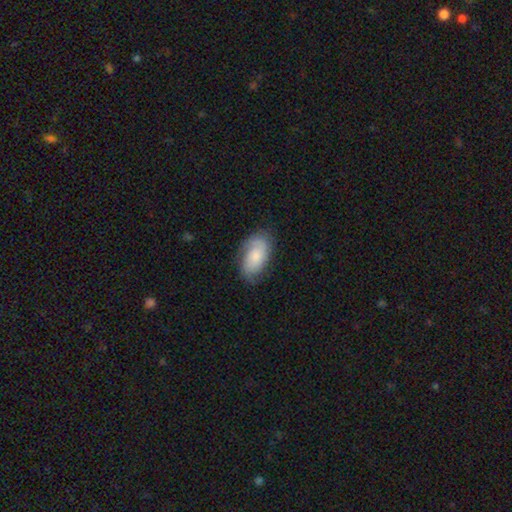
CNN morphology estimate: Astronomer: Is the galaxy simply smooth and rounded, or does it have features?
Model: smooth — 53% (runner-up: featured or disk, 40%).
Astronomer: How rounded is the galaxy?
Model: in between — 93%.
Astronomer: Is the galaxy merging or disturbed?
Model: none — 70%.